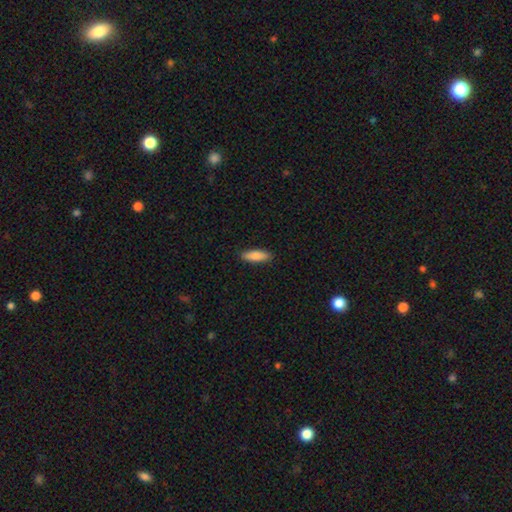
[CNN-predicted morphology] type=smooth (86%); roundness=in between (57%); merging=none (89%).